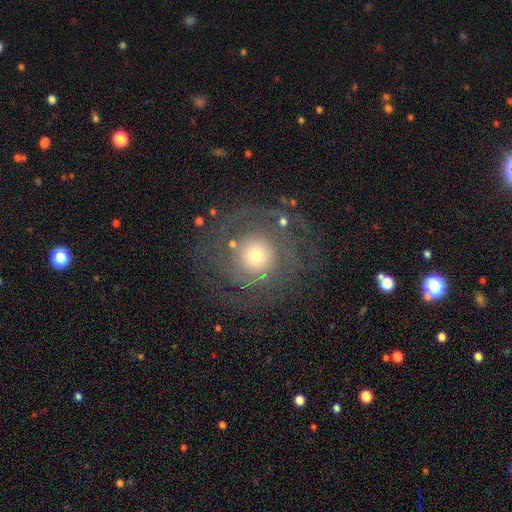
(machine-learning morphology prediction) This appears to be a featured or disk galaxy (71%) with no bar (86%), 2 (36%) tight (67%) spiral arms (83%) and a moderate central bulge (43%). Merging: none (74%).